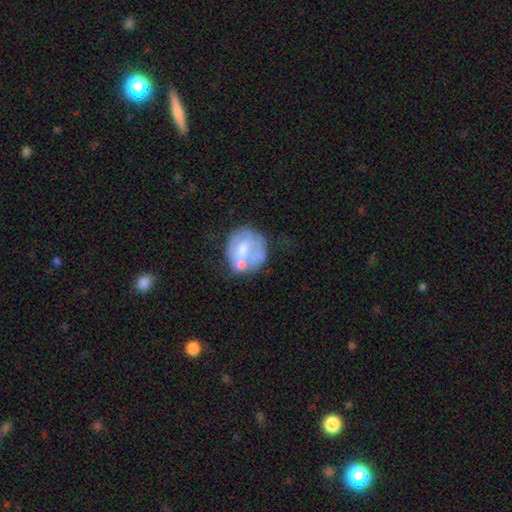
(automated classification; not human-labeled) A featured or disk galaxy (49%). Merging: none (37%).